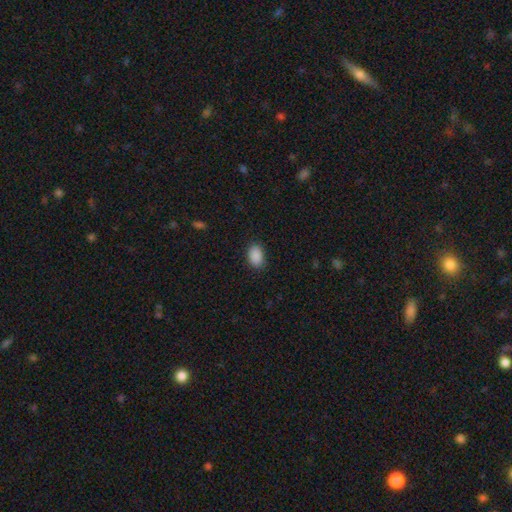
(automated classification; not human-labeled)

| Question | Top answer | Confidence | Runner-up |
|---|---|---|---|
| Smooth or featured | smooth | 90% | star or artifact (8%) |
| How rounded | in between | 88% | round (11%) |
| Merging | none | 85% | minor disturbance (11%) |